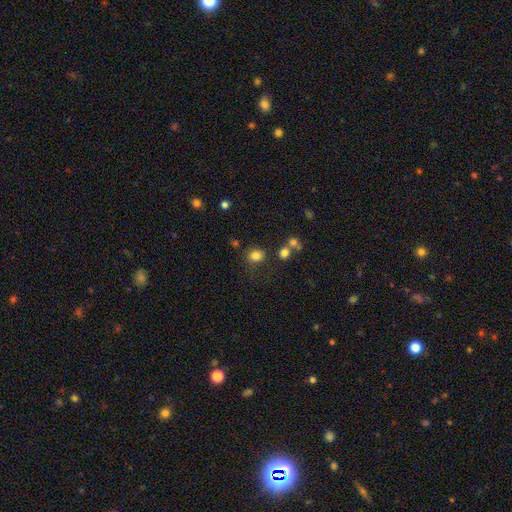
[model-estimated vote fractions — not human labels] Smooth or featured?
  - smooth: 81% *
  - star or artifact: 14%
  - featured or disk: 5%
How rounded?
  - round: 80% *
  - in between: 19%
  - cigar-shaped: 1%
Merging?
  - none: 77% *
  - minor disturbance: 11%
  - merger: 7%
  - major disturbance: 5%